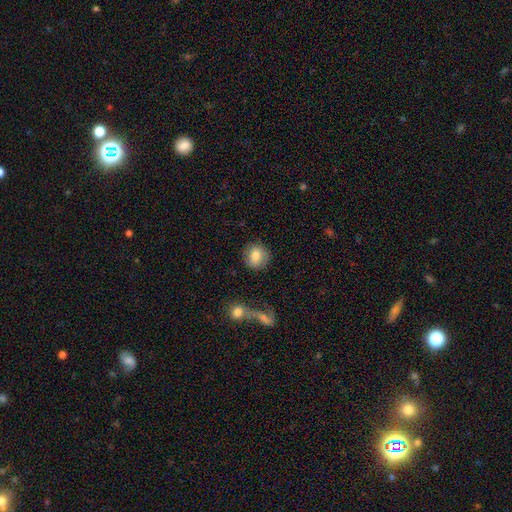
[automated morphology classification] smooth 80%, featured or disk 12%, star or artifact 8%. Down the decision tree: how rounded — round (81%); merging — none (80%).